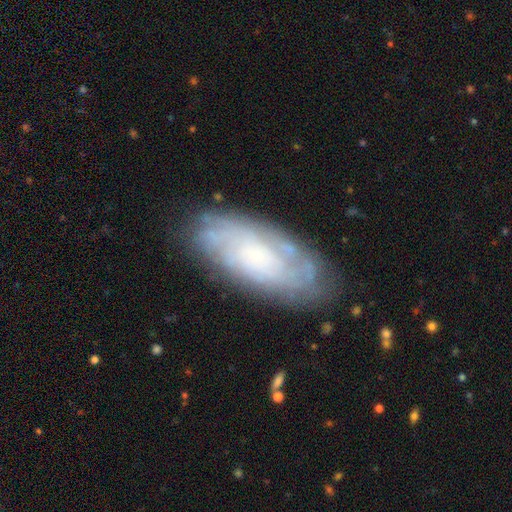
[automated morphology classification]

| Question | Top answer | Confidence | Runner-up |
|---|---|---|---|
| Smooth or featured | featured or disk | 66% | smooth (26%) |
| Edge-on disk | no | 89% | yes (11%) |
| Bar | no | 79% | weak (17%) |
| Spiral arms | yes | 84% | no (16%) |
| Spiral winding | tight | 73% | medium (21%) |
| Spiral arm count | can't tell | 62% | more than 4 (10%) |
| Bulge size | small | 76% | moderate (12%) |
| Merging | none | 78% | minor disturbance (16%) |